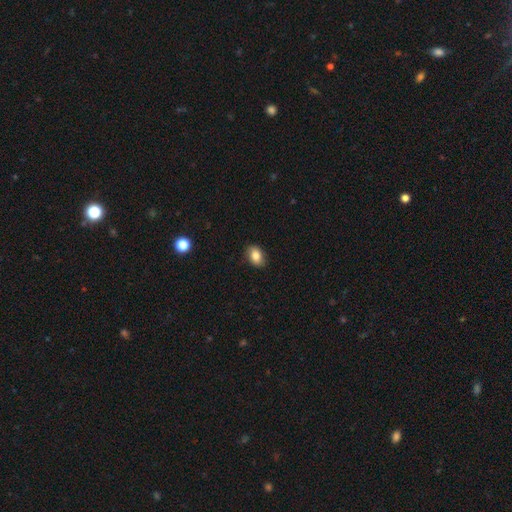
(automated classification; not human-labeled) smooth-or-featured: smooth: 83% | star or artifact: 8% | featured or disk: 8%
  how-rounded: in between: 79% | round: 20% | cigar-shaped: 1%
  merging: none: 85% | minor disturbance: 11% | major disturbance: 2% | merger: 1%